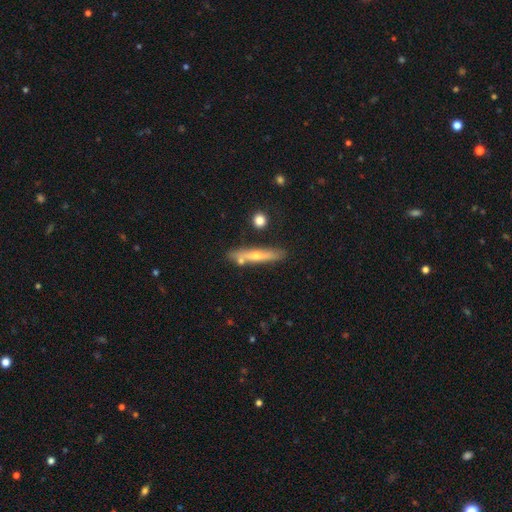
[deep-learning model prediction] A featured or disk galaxy (52%) viewed edge-on (88%).

Vote fractions:
- Smooth or featured? featured or disk: 52% / smooth: 41% / star or artifact: 7%
- Edge-on disk? yes: 88% / no: 12%
- Merging? none: 76% / minor disturbance: 13% / merger: 8% / major disturbance: 3%